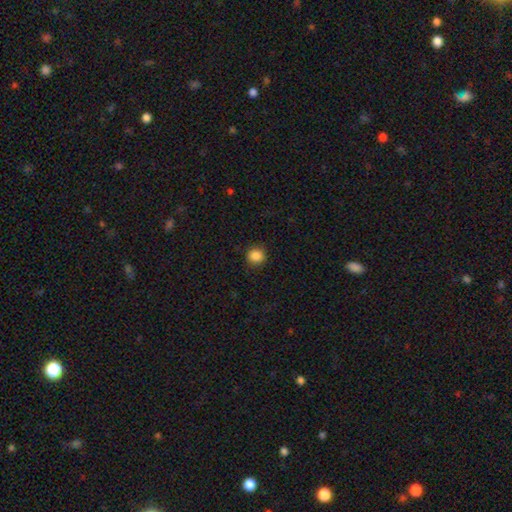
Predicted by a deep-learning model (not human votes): Smooth or featured?
  - smooth: 87% *
  - star or artifact: 10%
  - featured or disk: 3%
How rounded?
  - round: 92% *
  - in between: 7%
  - cigar-shaped: 1%
Merging?
  - none: 91% *
  - minor disturbance: 6%
  - major disturbance: 2%
  - merger: 1%